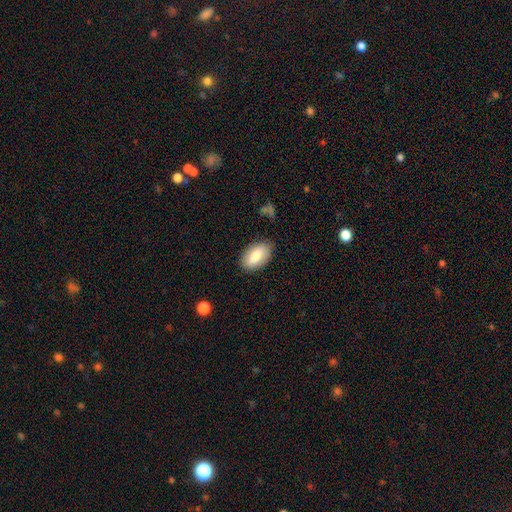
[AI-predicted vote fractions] smooth_or_featured: smooth (p=0.77) [alt: featured or disk p=0.16]
how_rounded: in between (p=0.93) [alt: round p=0.05]
merging: none (p=0.84) [alt: minor disturbance p=0.12]